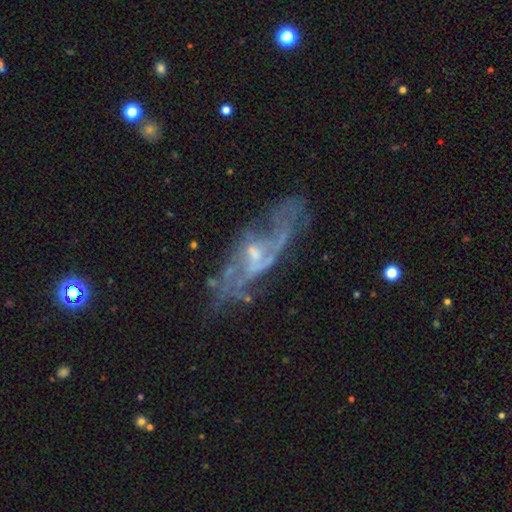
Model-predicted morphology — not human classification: Smooth or featured?
  - featured or disk: 79% *
  - smooth: 11%
  - star or artifact: 11%
Edge-on disk?
  - no: 81% *
  - yes: 19%
Bar?
  - no: 47% *
  - weak: 42%
  - strong: 11%
Spiral arms?
  - yes: 81% *
  - no: 19%
Spiral winding?
  - medium: 40% *
  - loose: 36%
  - tight: 23%
Spiral arm count?
  - 2: 43% *
  - can't tell: 36%
  - 3: 8%
  - 1: 6%
  - 4: 4%
  - more than 4: 3%
Bulge size?
  - small: 62% *
  - moderate: 28%
  - none: 7%
  - large: 1%
  - dominant: 1%
Merging?
  - none: 66% *
  - minor disturbance: 18%
  - major disturbance: 13%
  - merger: 4%